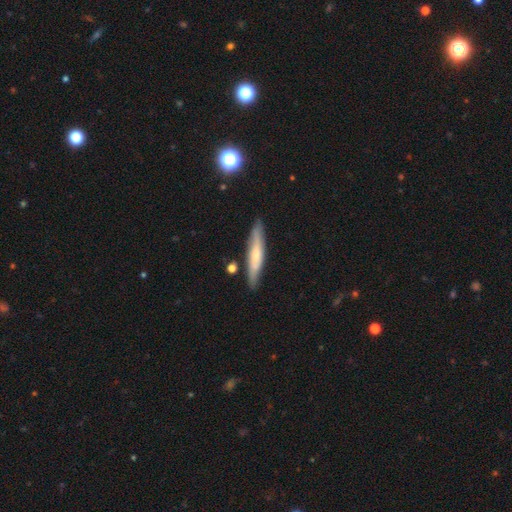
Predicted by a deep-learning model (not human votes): smooth_or_featured: smooth (p=0.53) [alt: featured or disk p=0.41]
how_rounded: cigar-shaped (p=0.89) [alt: in between p=0.09]
merging: none (p=0.84) [alt: minor disturbance p=0.12]